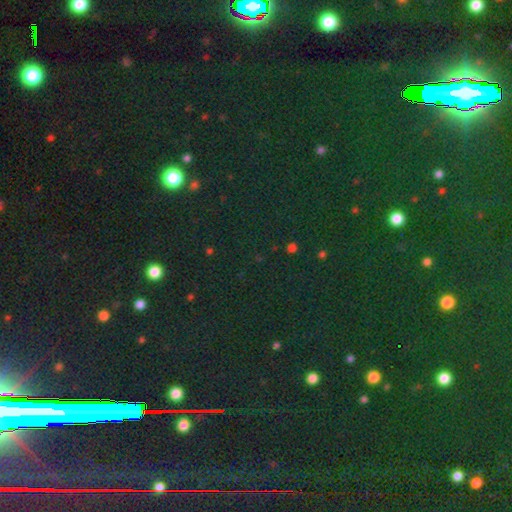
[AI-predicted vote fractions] Q: Smooth or featured?
A: star or artifact (77%); runner-up: smooth (15%)